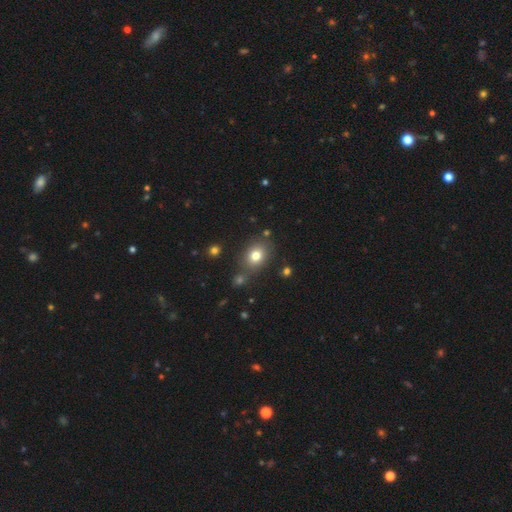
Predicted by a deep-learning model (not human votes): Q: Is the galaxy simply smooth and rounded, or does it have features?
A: smooth — 77%.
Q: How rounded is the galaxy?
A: in between — 52%.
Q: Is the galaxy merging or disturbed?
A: none — 74%.